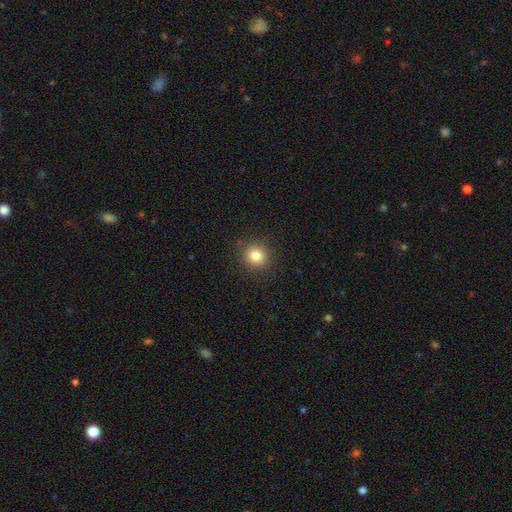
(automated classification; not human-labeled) smooth-or-featured: smooth: 82% | star or artifact: 12% | featured or disk: 6%
  how-rounded: round: 90% | in between: 9% | cigar-shaped: 1%
  merging: none: 91% | minor disturbance: 6% | major disturbance: 2% | merger: 1%